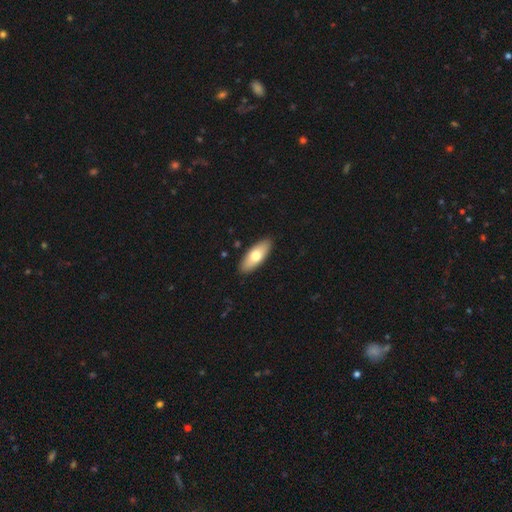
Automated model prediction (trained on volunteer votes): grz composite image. It shows a smooth galaxy with no disk features (68%) that is in between round and cigar-shaped (77%). Merging: none (90%).